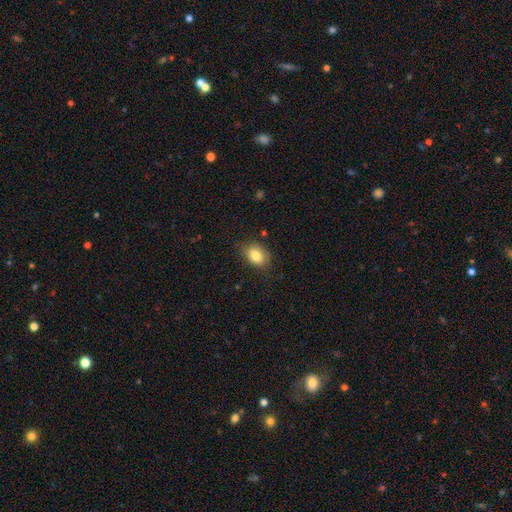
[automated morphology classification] Smooth or featured: smooth — 84% (star or artifact — 8%)
How rounded: in between — 76% (round — 23%)
Merging: none — 76% (minor disturbance — 19%)